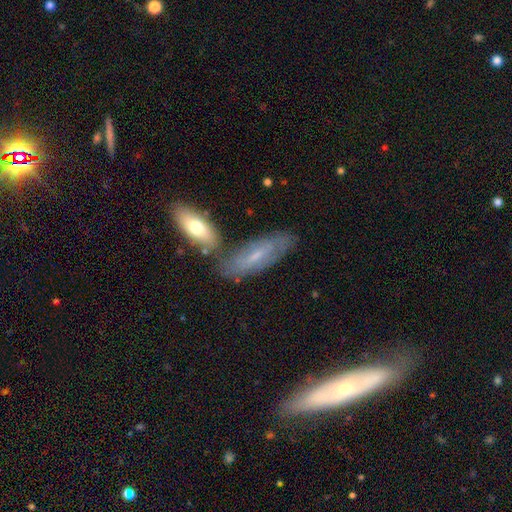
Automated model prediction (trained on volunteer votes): smooth_or_featured: featured or disk (p=0.51) [alt: smooth p=0.40]
disk_edge_on: no (p=0.72) [alt: yes p=0.28]
merging: none (p=0.68) [alt: minor disturbance p=0.17]